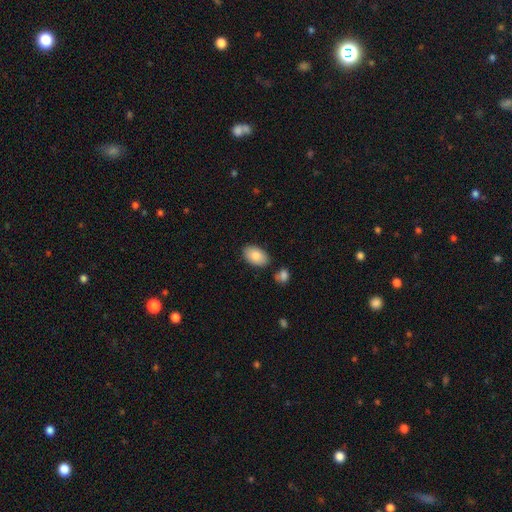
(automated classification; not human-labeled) A smooth galaxy with no disk features (85%) that is in between round and cigar-shaped (93%). Merging: none (81%).